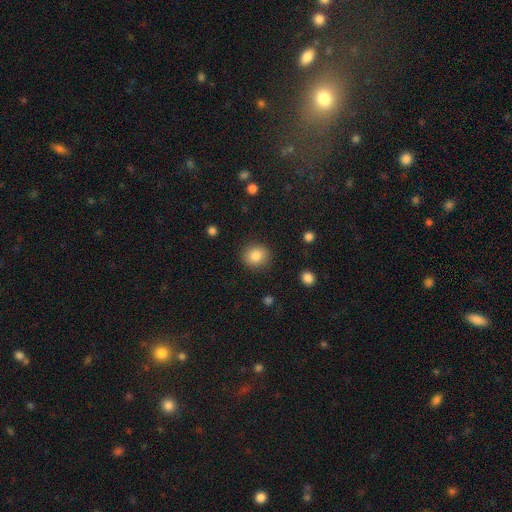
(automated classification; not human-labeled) The model was most divided on "how rounded": round: 85%, in between: 14%, cigar-shaped: 1%. More confident: merging — none (89%); smooth or featured — smooth (84%).